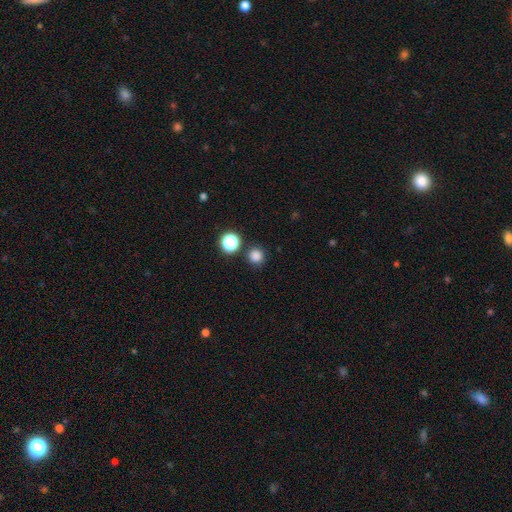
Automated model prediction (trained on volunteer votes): Q: Smooth or featured?
A: smooth (81%); runner-up: star or artifact (15%)
Q: How rounded?
A: round (94%); runner-up: in between (5%)
Q: Merging?
A: none (85%); runner-up: minor disturbance (7%)